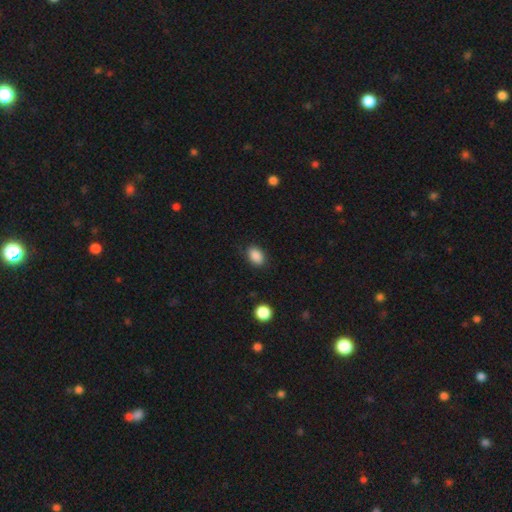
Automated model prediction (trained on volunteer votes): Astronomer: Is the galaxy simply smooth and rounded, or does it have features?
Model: smooth — 88%.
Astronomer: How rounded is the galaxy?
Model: in between — 82%.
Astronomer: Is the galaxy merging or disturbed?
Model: none — 84%.